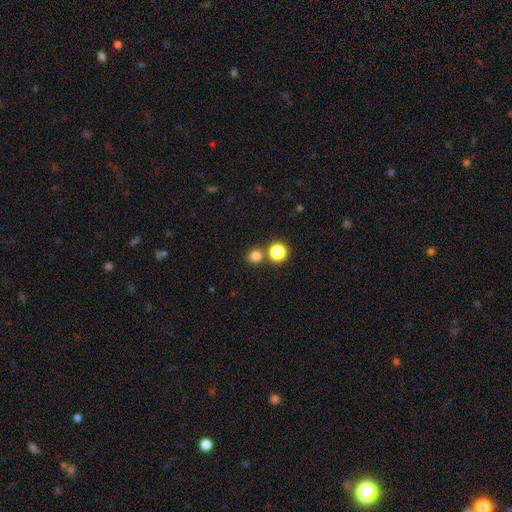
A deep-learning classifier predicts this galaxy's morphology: smooth 78%, star or artifact 17%, featured or disk 5%. Down the decision tree: how rounded — round (89%); merging — none (74%).